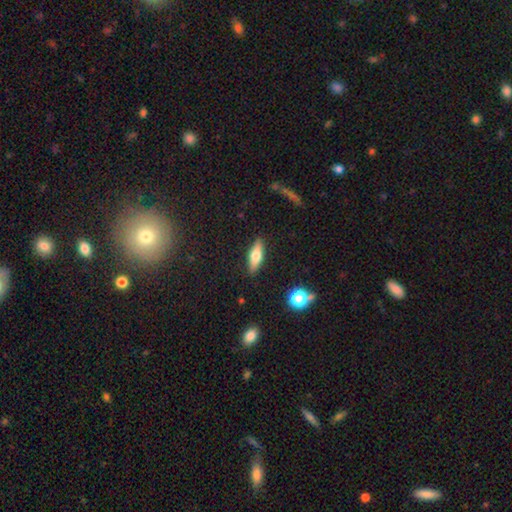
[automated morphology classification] Q: Smooth or featured?
A: smooth (57%); runner-up: featured or disk (35%)
Q: How rounded?
A: in between (51%); runner-up: cigar-shaped (46%)
Q: Merging?
A: none (88%); runner-up: minor disturbance (9%)